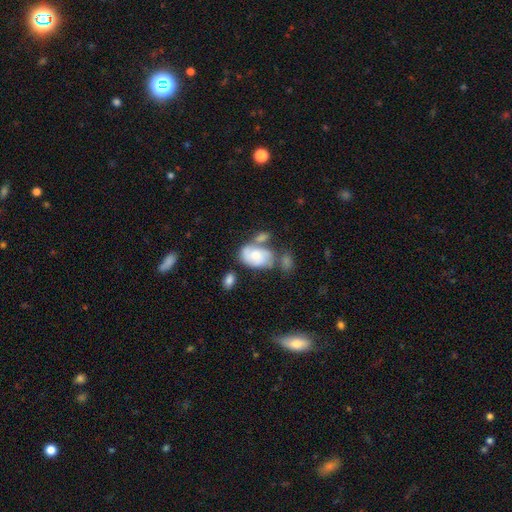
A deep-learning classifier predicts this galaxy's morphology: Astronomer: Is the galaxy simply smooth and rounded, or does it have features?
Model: smooth — 50% (runner-up: featured or disk, 43%).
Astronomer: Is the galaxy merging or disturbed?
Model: merger — 32% (runner-up: none, 31%).